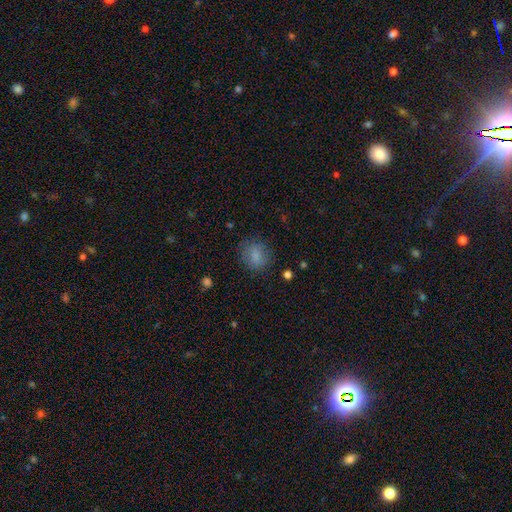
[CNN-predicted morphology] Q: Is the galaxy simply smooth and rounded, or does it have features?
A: smooth — 82%.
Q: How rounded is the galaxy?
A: round — 67%.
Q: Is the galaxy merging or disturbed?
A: none — 79%.